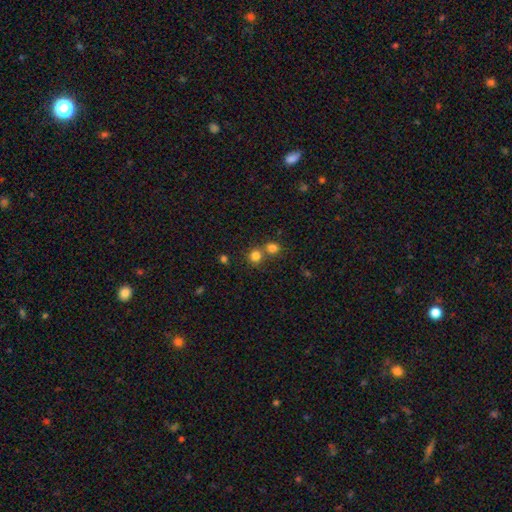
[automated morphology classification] smooth 80%, star or artifact 13%, featured or disk 7%. Down the decision tree: how rounded — round (87%); merging — none (55%).